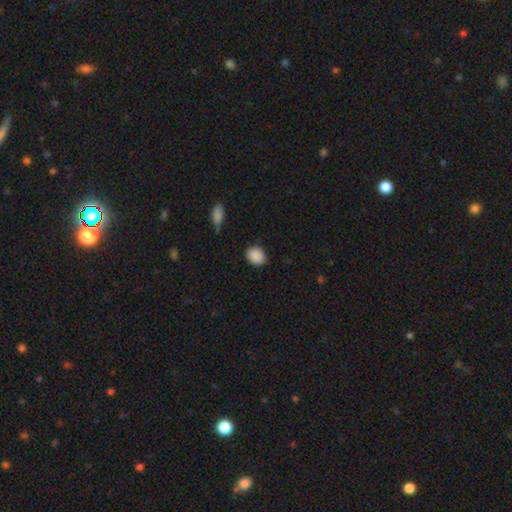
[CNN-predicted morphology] Smooth or featured?
  - smooth: 89% *
  - star or artifact: 8%
  - featured or disk: 3%
How rounded?
  - round: 59% *
  - in between: 40%
  - cigar-shaped: 1%
Merging?
  - none: 85% *
  - minor disturbance: 11%
  - major disturbance: 3%
  - merger: 2%